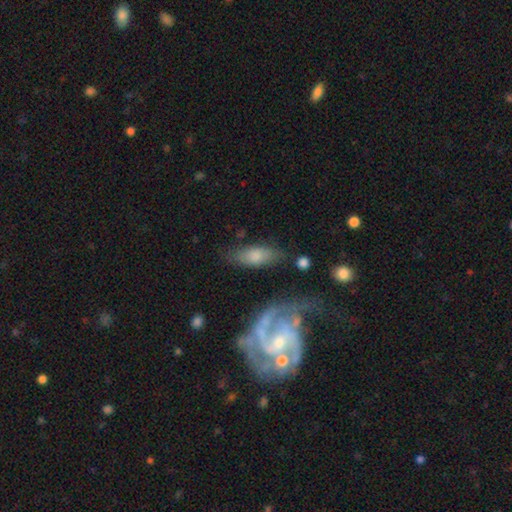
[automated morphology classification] Q: Smooth or featured?
A: smooth (67%); runner-up: featured or disk (26%)
Q: How rounded?
A: in between (74%); runner-up: cigar-shaped (22%)
Q: Merging?
A: none (68%); runner-up: minor disturbance (18%)